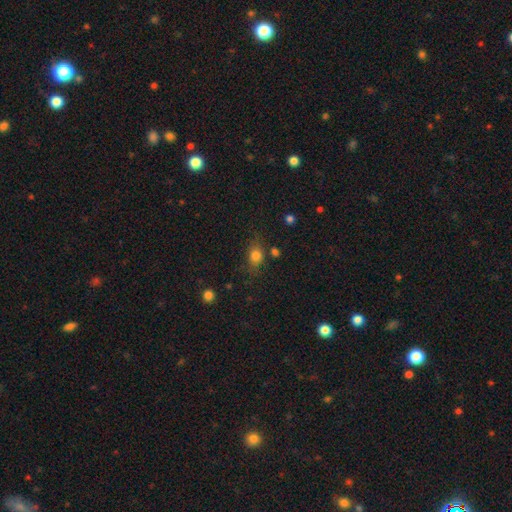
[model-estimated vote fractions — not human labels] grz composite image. It shows a smooth galaxy with no disk features (78%) that is in between round and cigar-shaped (52%). Merging: none (69%).